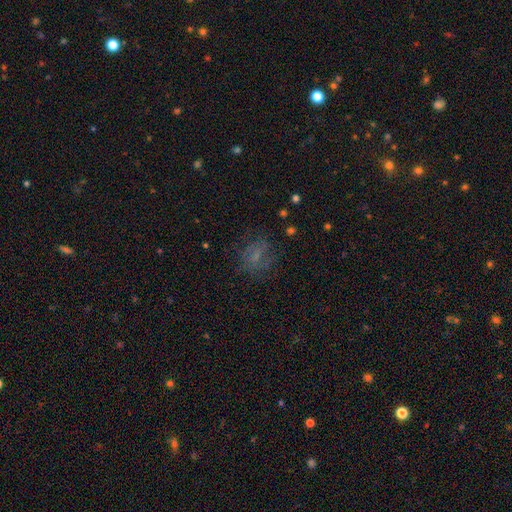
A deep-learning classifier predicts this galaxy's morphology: smooth 48%, featured or disk 32%, star or artifact 21%. Down the decision tree: merging — none (66%).